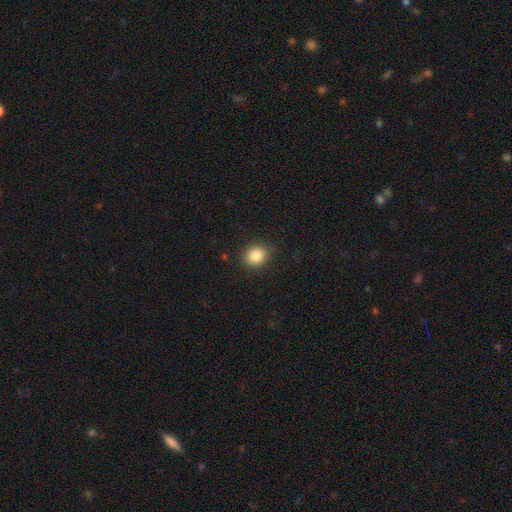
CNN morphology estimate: smooth 85%, star or artifact 10%, featured or disk 5%. Down the decision tree: how rounded — round (70%); merging — none (89%).